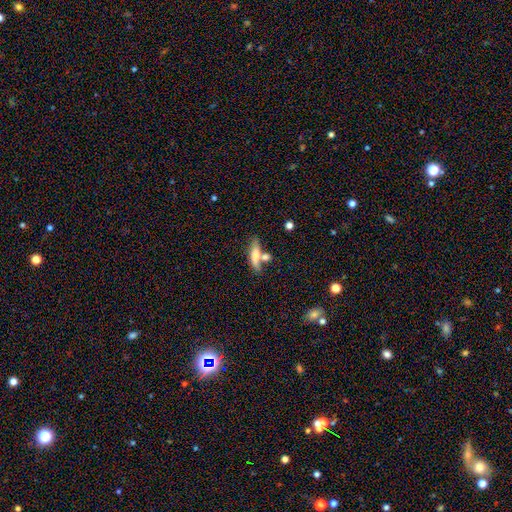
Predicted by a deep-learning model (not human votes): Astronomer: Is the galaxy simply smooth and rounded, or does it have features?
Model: smooth — 64%.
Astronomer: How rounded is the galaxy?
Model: cigar-shaped — 58% (runner-up: in between, 38%).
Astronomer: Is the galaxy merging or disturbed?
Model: none — 48% (runner-up: merger, 31%).